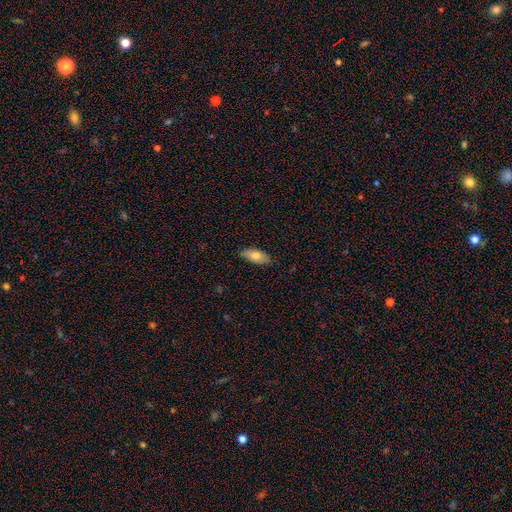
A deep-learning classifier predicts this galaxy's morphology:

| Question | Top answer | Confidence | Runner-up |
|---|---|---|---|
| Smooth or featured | smooth | 74% | featured or disk (19%) |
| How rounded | in between | 83% | cigar-shaped (14%) |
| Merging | none | 82% | minor disturbance (15%) |